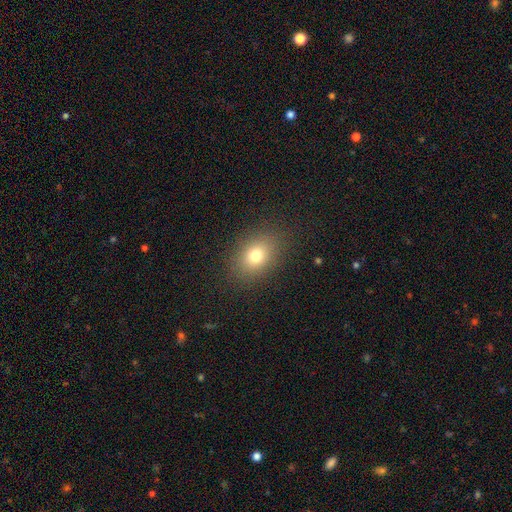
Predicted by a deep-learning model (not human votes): smooth_or_featured: smooth (p=0.76) [alt: star or artifact p=0.13]
how_rounded: in between (p=0.67) [alt: round p=0.32]
merging: none (p=0.86) [alt: minor disturbance p=0.09]